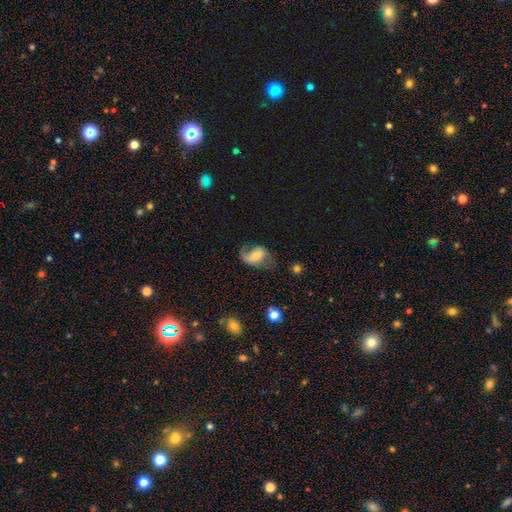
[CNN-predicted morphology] featured or disk 49%, smooth 43%, star or artifact 8%. Down the decision tree: merging — none (40%).